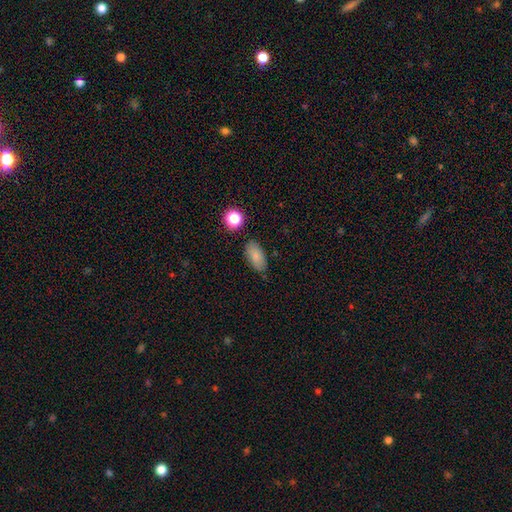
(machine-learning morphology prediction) The model was most divided on "merging": none: 81%, minor disturbance: 13%, major disturbance: 3%, merger: 3%. More confident: how rounded — in between (91%); smooth or featured — smooth (82%).